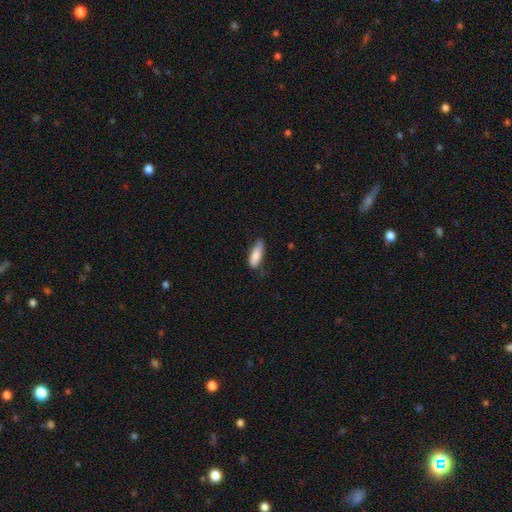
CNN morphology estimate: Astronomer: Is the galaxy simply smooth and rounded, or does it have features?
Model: smooth — 84%.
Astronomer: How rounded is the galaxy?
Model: in between — 59% (runner-up: cigar-shaped, 39%).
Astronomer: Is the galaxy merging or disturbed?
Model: none — 61%.